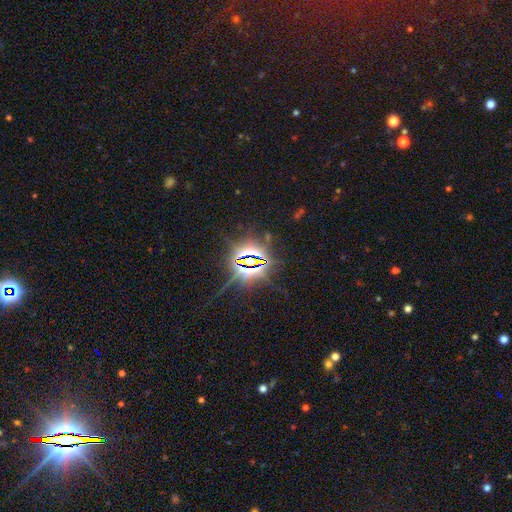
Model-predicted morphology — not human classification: This is clearly a star or artifact rather than a galaxy (85%).